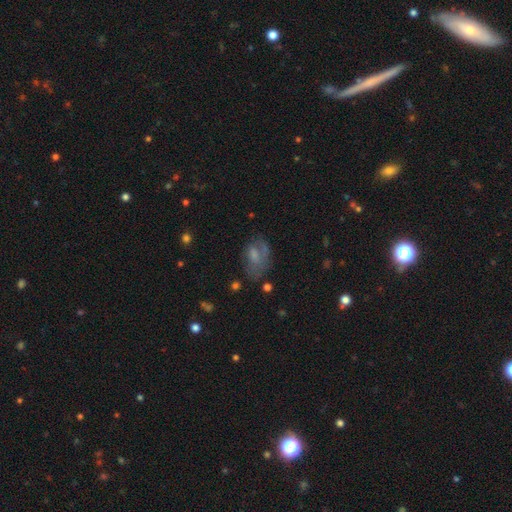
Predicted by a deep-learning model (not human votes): Overall: smooth (52%; featured or disk 35%). How rounded: in between (82%). Merging: none (43%; minor disturbance 27%).